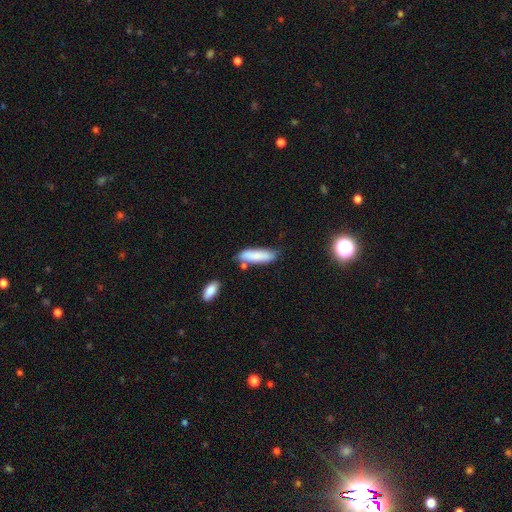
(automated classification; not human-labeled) A smooth galaxy with no disk features (83%) that is cigar-shaped (53%). Merging: none (64%).